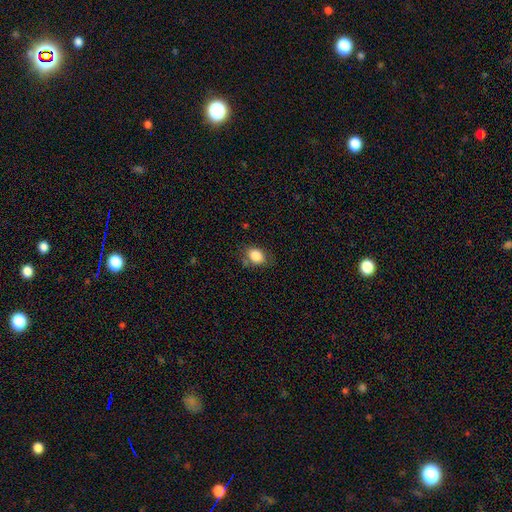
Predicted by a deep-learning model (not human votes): Smooth or featured? Predicted: smooth (p=0.85). How rounded? Predicted: in between (p=0.63). Merging? Predicted: none (p=0.70).